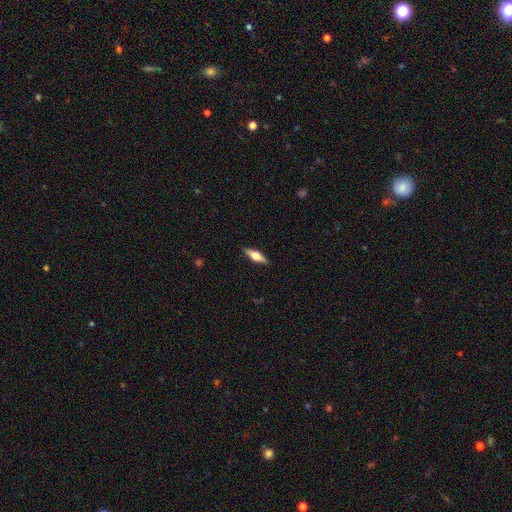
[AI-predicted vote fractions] This is possibly a featured or disk galaxy (51%). It is clearly viewed edge-on (93%). Merging: clearly none (89%).